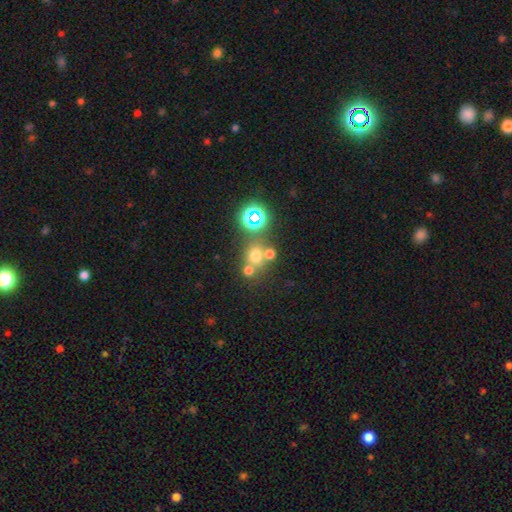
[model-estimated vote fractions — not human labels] A smooth galaxy with no disk features (59%) that is round (80%).

Vote fractions:
- Smooth or featured? smooth: 59% / star or artifact: 30% / featured or disk: 11%
- How rounded? round: 80% / in between: 19% / cigar-shaped: 1%
- Merging? none: 59% / merger: 27% / minor disturbance: 9% / major disturbance: 5%